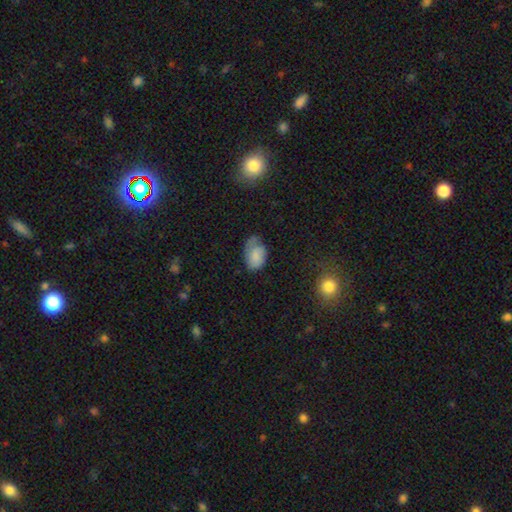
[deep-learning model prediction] Smooth or featured? Predicted: smooth (p=0.70). How rounded? Predicted: in between (p=0.87). Merging? Predicted: none (p=0.43).